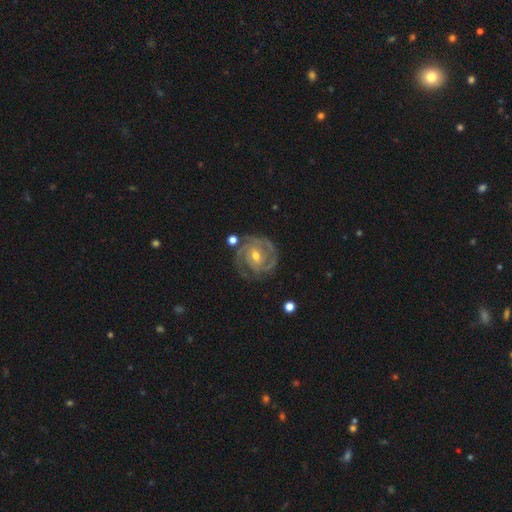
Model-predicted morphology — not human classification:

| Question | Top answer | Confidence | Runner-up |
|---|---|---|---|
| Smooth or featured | featured or disk | 91% | smooth (5%) |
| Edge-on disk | no | 98% | yes (2%) |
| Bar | no | 42% | tied: weak (42%) |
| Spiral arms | yes | 98% | no (2%) |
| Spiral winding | tight | 74% | medium (23%) |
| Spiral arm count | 2 | 42% | 3 (34%) |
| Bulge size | moderate | 57% | small (40%) |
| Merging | none | 77% | minor disturbance (15%) |